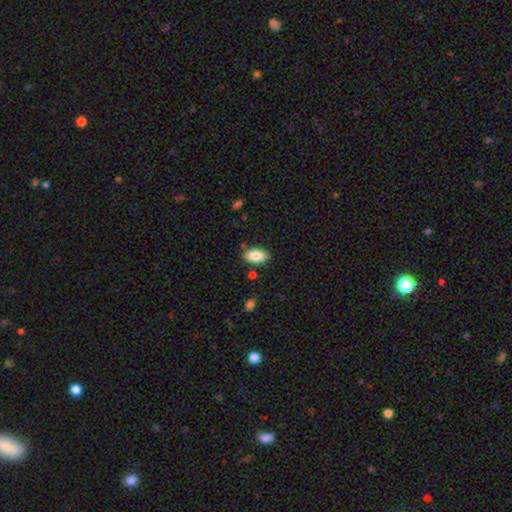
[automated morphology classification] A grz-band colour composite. It shows a smooth galaxy with no disk features (84%) that is in between round and cigar-shaped (92%). Merging: none (82%).